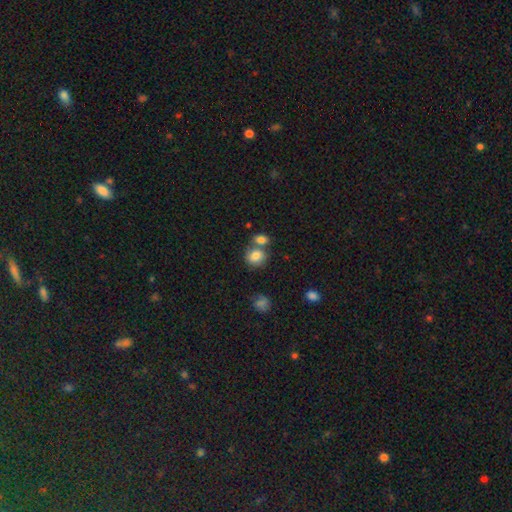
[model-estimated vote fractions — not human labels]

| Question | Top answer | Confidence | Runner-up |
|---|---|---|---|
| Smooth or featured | smooth | 80% | featured or disk (11%) |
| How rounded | round | 70% | in between (29%) |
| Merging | none | 45% | merger (40%) |